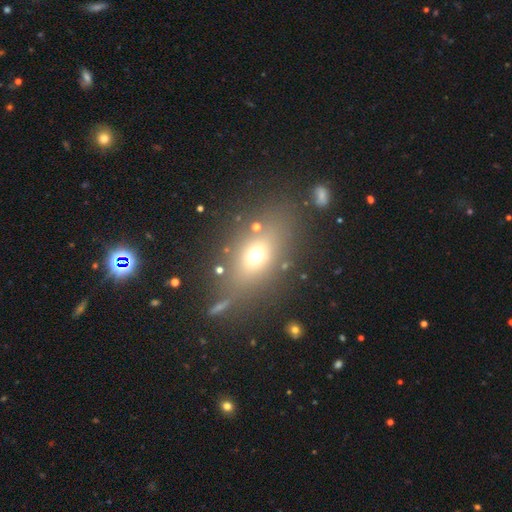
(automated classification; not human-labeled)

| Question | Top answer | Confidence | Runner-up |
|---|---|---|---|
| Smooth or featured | smooth | 63% | featured or disk (19%) |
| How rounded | in between | 62% | round (30%) |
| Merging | none | 74% | minor disturbance (12%) |